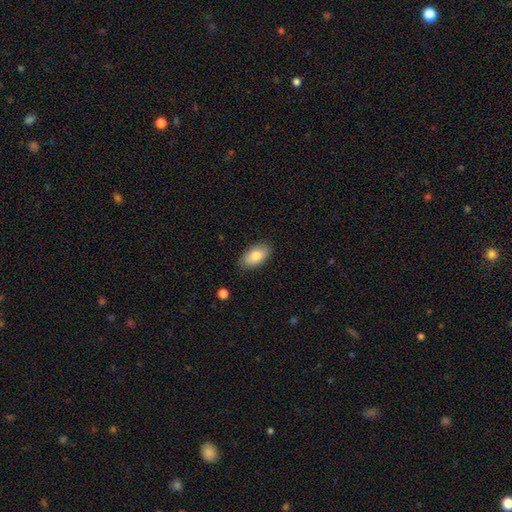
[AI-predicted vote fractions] This appears to be a smooth galaxy with no disk features (81%) that is in between round and cigar-shaped (93%). Merging: none (86%).